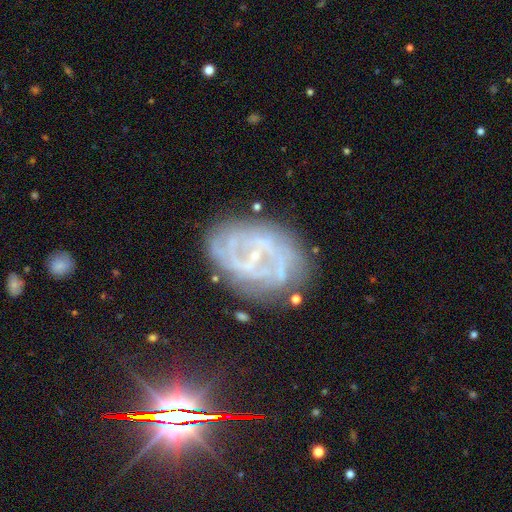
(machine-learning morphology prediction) Q: Smooth or featured?
A: featured or disk (81%); runner-up: smooth (10%)
Q: Edge-on disk?
A: no (96%); runner-up: yes (4%)
Q: Bar?
A: weak (40%); runner-up: no (39%)
Q: Spiral arms?
A: yes (83%); runner-up: no (17%)
Q: Spiral winding?
A: tight (48%); runner-up: medium (37%)
Q: Spiral arm count?
A: 2 (39%); runner-up: can't tell (36%)
Q: Bulge size?
A: small (80%); runner-up: moderate (10%)
Q: Merging?
A: none (71%); runner-up: minor disturbance (18%)